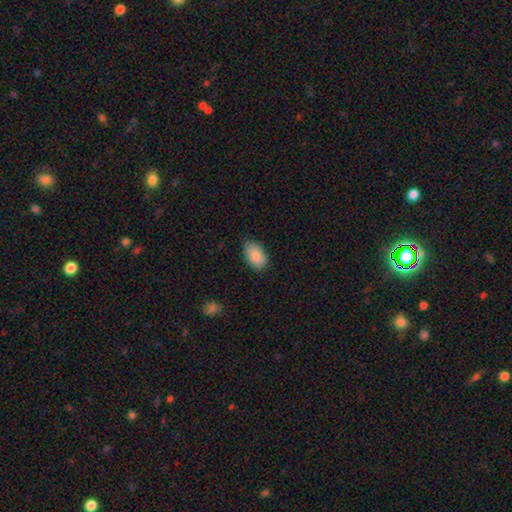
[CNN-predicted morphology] smooth 88%, star or artifact 7%, featured or disk 5%. Down the decision tree: how rounded — in between (93%); merging — none (82%).